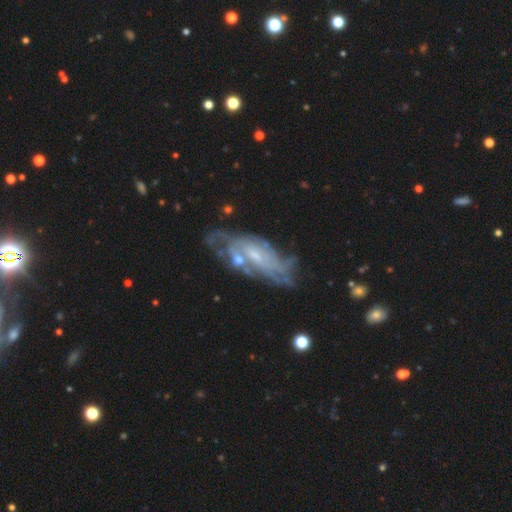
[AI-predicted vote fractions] Smooth or featured: featured or disk — 79% (smooth — 13%)
Edge-on disk: no — 89% (yes — 11%)
Bar: no — 50% (weak — 40%)
Spiral arms: yes — 87% (no — 13%)
Spiral winding: tight — 53% (medium — 34%)
Spiral arm count: can't tell — 52% (4 — 14%)
Bulge size: small — 63% (moderate — 26%)
Merging: none — 56% (minor disturbance — 21%)